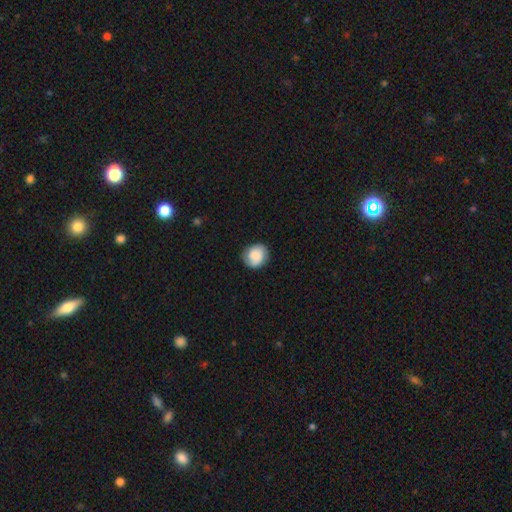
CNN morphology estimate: Smooth or featured?
  - smooth: 73% *
  - featured or disk: 20%
  - star or artifact: 8%
How rounded?
  - round: 76% *
  - in between: 23%
  - cigar-shaped: 1%
Merging?
  - none: 82% *
  - minor disturbance: 14%
  - major disturbance: 3%
  - merger: 1%